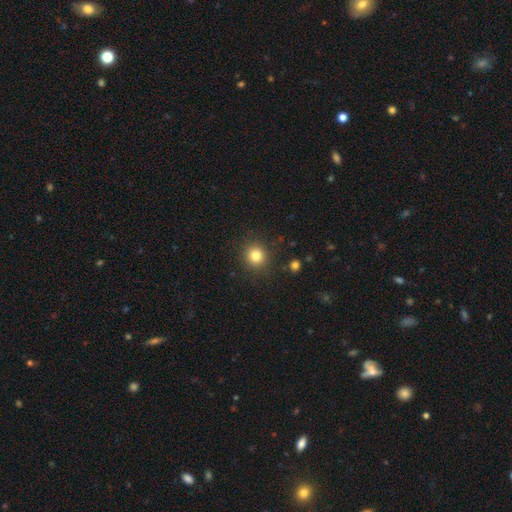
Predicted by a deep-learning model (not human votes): A smooth galaxy with no disk features (82%) that is round (90%).

Vote fractions:
- Smooth or featured? smooth: 82% / star or artifact: 12% / featured or disk: 6%
- How rounded? round: 90% / in between: 9% / cigar-shaped: 1%
- Merging? none: 89% / minor disturbance: 7% / major disturbance: 3% / merger: 2%